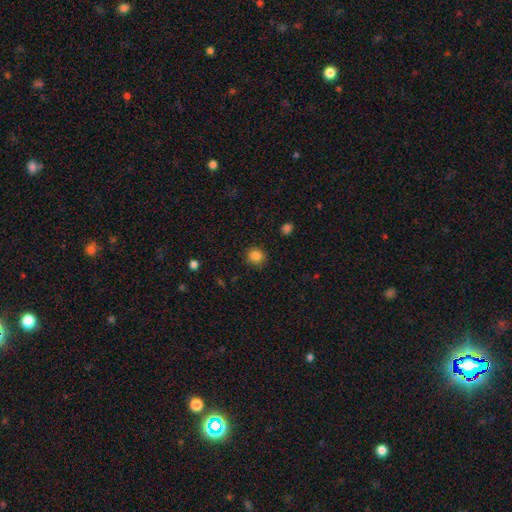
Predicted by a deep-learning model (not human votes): Smooth or featured?
  - smooth: 86% *
  - star or artifact: 11%
  - featured or disk: 4%
How rounded?
  - round: 90% *
  - in between: 9%
  - cigar-shaped: 1%
Merging?
  - none: 91% *
  - minor disturbance: 6%
  - major disturbance: 2%
  - merger: 1%